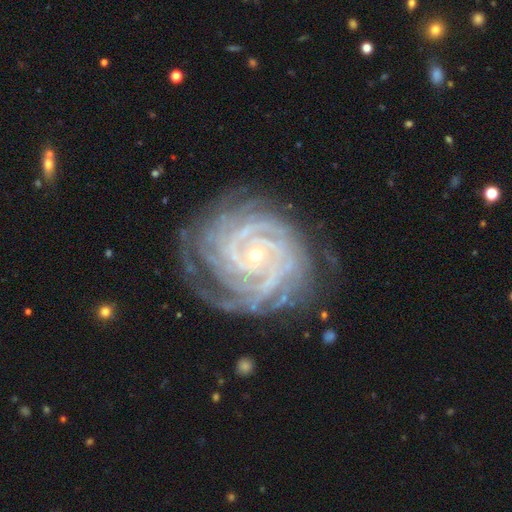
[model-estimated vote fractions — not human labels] Overall: featured or disk (92%). Edge-on disk: no (98%). Bar: no (69%). Spiral arms: yes (99%). Spiral arm count: 4 (24%; more than 4 22%). Spiral winding: tight (84%). Bulge size: small (82%). Merging: none (76%).